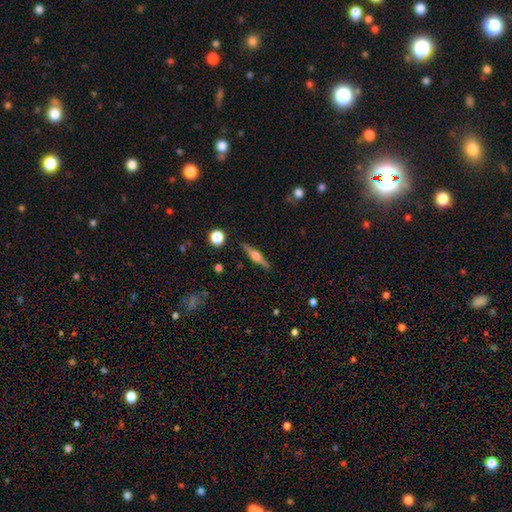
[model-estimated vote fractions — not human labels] featured or disk 66%, smooth 27%, star or artifact 7%. Down the decision tree: edge-on disk — yes (97%); edge-on bulge — rounded (88%); merging — none (89%).